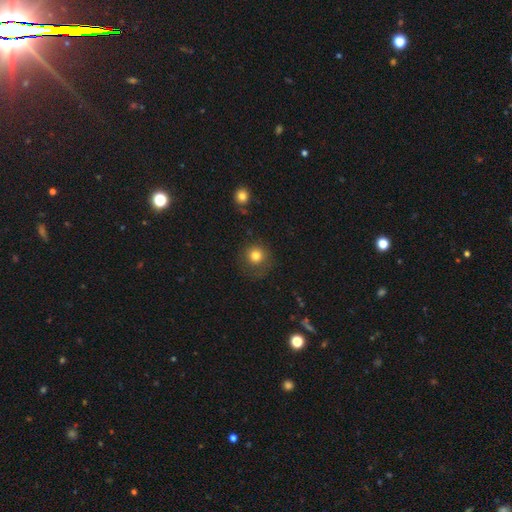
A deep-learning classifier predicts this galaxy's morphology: Smooth or featured?
  - smooth: 80% *
  - star or artifact: 13%
  - featured or disk: 8%
How rounded?
  - round: 92% *
  - in between: 7%
  - cigar-shaped: 1%
Merging?
  - none: 77% *
  - minor disturbance: 14%
  - major disturbance: 7%
  - merger: 2%